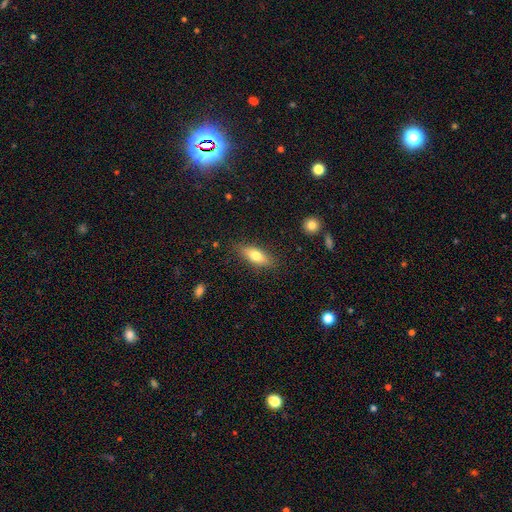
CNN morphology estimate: Q: Smooth or featured?
A: smooth (69%); runner-up: featured or disk (24%)
Q: How rounded?
A: in between (66%); runner-up: cigar-shaped (31%)
Q: Merging?
A: none (84%); runner-up: minor disturbance (12%)